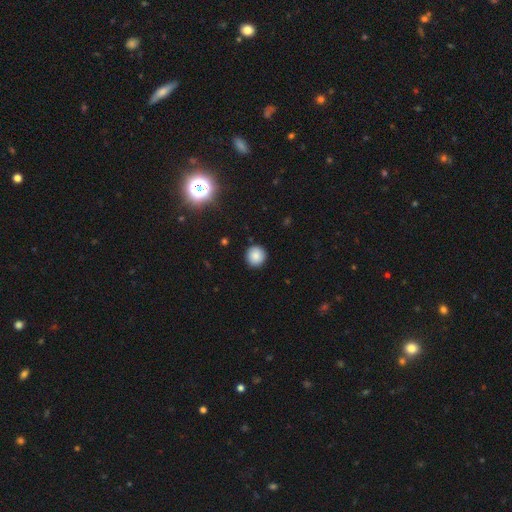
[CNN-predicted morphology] Smooth or featured? smooth (86%)
How rounded? round (95%)
Merging? none (91%)